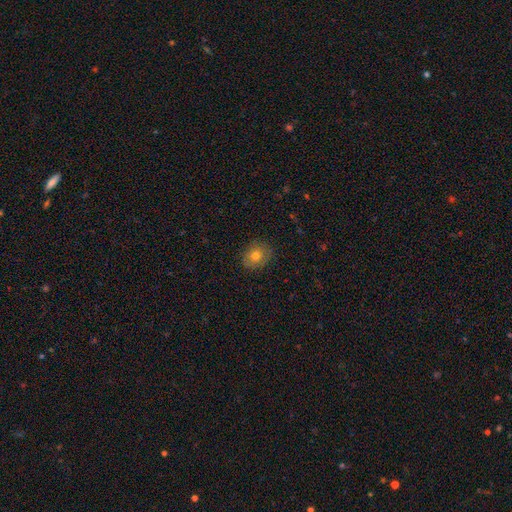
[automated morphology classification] Q: Smooth or featured?
A: smooth (70%); runner-up: featured or disk (19%)
Q: How rounded?
A: round (63%); runner-up: in between (36%)
Q: Merging?
A: none (84%); runner-up: minor disturbance (12%)